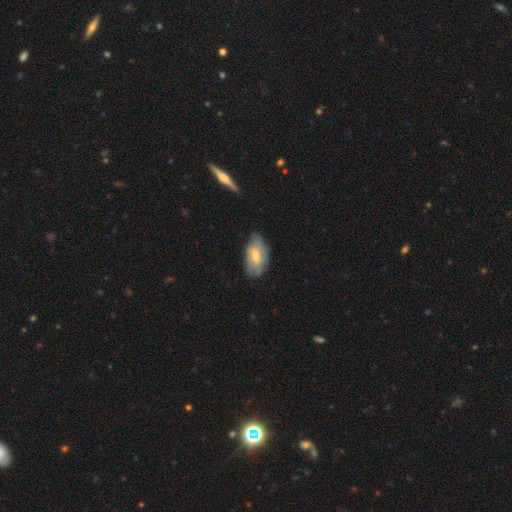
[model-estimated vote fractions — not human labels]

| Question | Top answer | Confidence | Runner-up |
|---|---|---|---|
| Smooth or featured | smooth | 53% | featured or disk (40%) |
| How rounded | in between | 92% | cigar-shaped (4%) |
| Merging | none | 66% | minor disturbance (27%) |